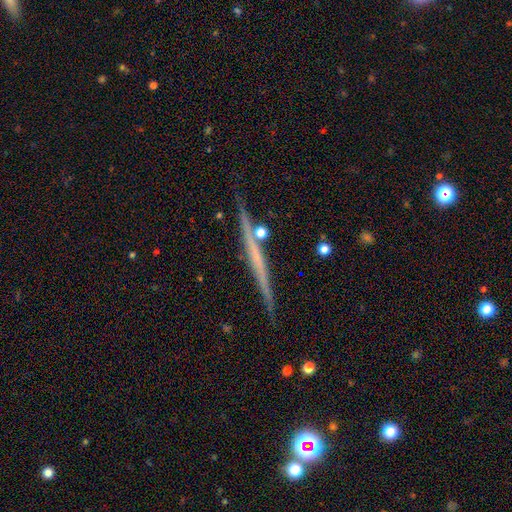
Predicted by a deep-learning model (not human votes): Overall: featured or disk (66%; smooth 27%). Edge-on disk: yes (97%). Edge-on bulge: none (83%). Merging: none (85%).